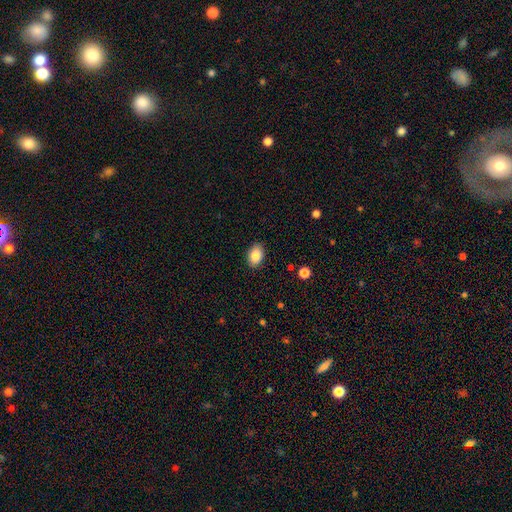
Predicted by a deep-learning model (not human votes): smooth_or_featured: smooth (p=0.87) [alt: star or artifact p=0.08]
how_rounded: in between (p=0.84) [alt: round p=0.15]
merging: none (p=0.88) [alt: minor disturbance p=0.09]